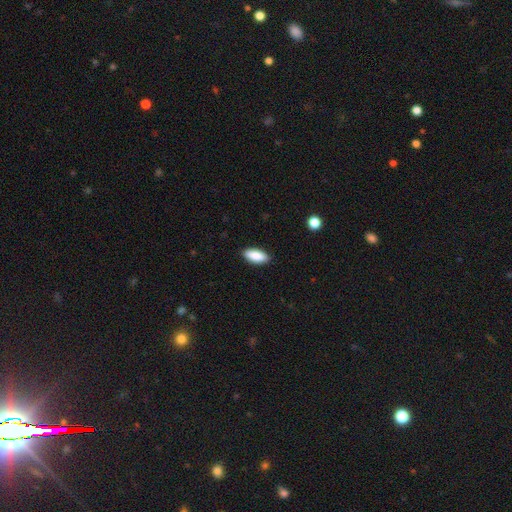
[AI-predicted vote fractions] Overall: smooth (89%). How rounded: in between (86%). Merging: none (89%).